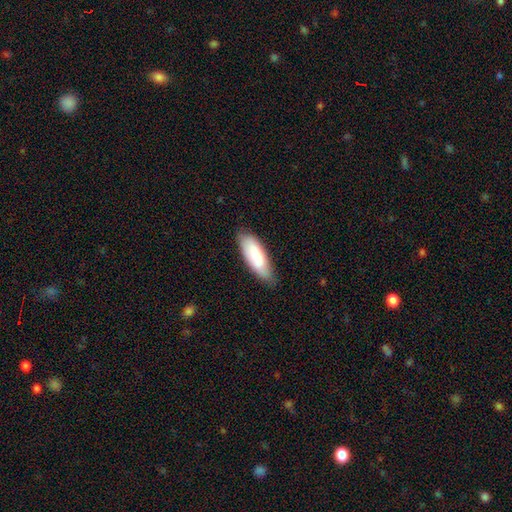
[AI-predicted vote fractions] Smooth or featured? smooth (80%)
How rounded? in between (64%)
Merging? none (75%)